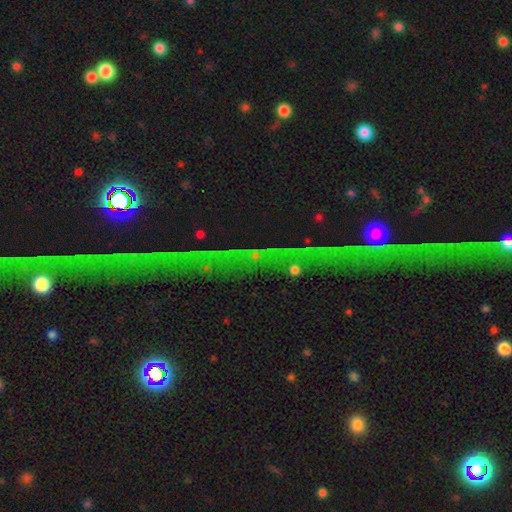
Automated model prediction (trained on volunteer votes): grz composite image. It shows a star or artifact, not a galaxy (70%).